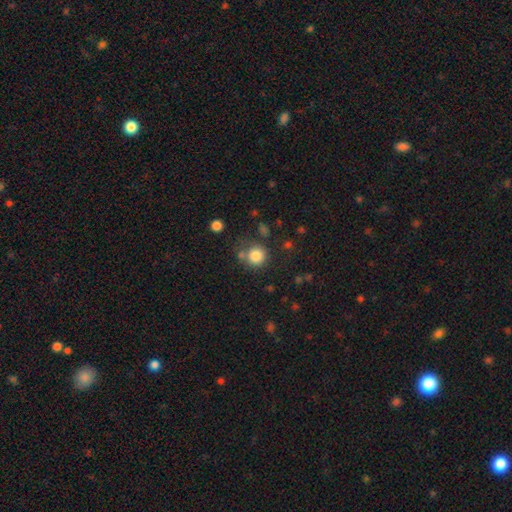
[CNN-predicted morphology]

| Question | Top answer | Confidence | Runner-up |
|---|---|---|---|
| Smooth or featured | smooth | 83% | star or artifact (11%) |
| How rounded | round | 92% | in between (8%) |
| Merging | none | 71% | merger (12%) |